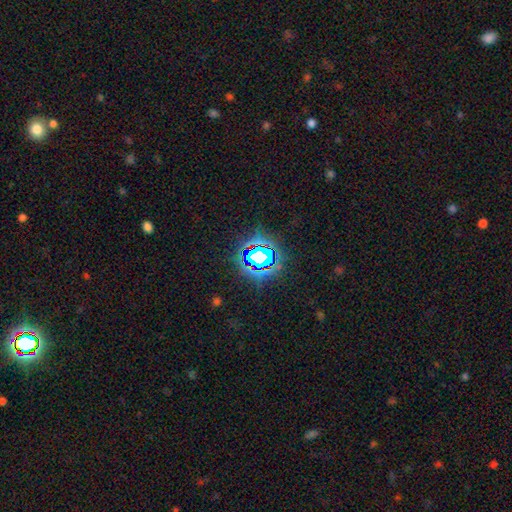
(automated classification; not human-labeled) Smooth or featured? star or artifact (72%)